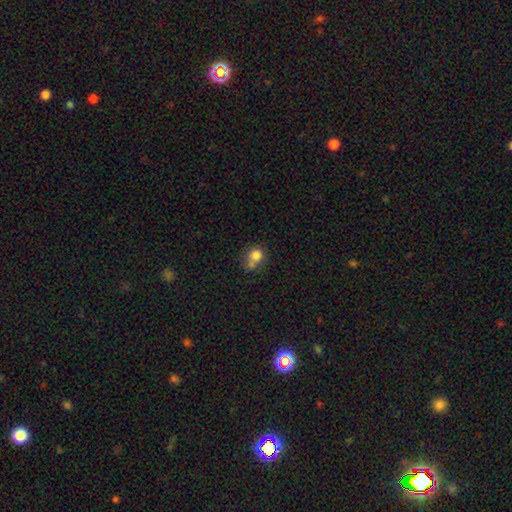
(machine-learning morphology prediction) The model was most divided on "merging": none: 42%, merger: 32%, minor disturbance: 18%, major disturbance: 8%. More confident: smooth or featured — smooth (78%); how rounded — round (73%).